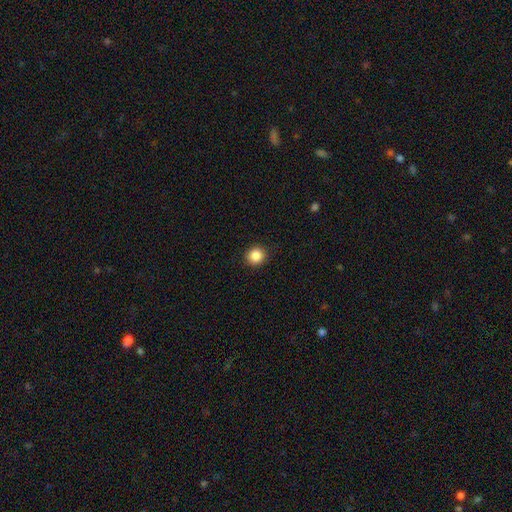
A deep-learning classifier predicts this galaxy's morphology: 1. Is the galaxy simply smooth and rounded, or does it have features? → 87% smooth, 10% star or artifact, 4% featured or disk.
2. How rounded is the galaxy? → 91% round, 9% in between, 1% cigar-shaped.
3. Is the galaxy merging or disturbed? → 91% none, 6% minor disturbance, 2% major disturbance, 1% merger.